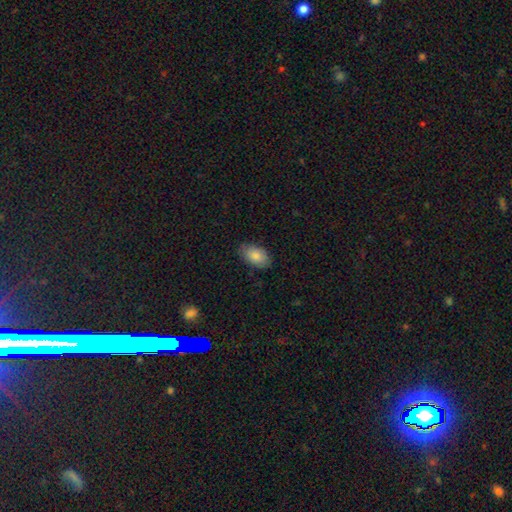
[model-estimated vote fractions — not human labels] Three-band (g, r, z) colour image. It shows a smooth galaxy with no disk features (85%) that is in between round and cigar-shaped (93%). Merging: none (82%).